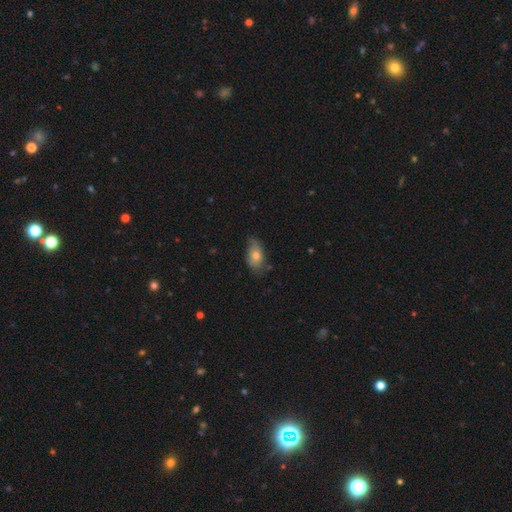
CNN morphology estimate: Overall: smooth (70%). How rounded: in between (90%). Merging: none (54%; minor disturbance 35%).